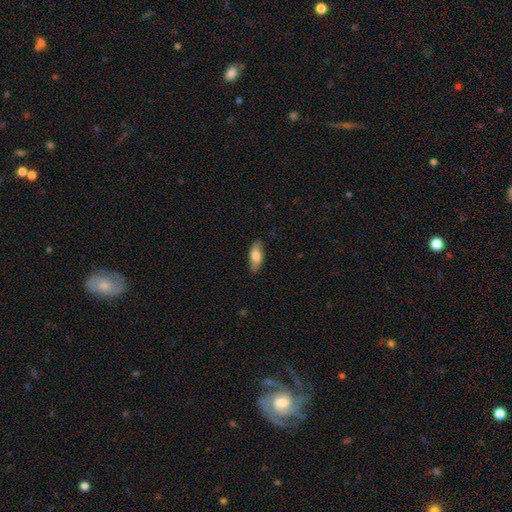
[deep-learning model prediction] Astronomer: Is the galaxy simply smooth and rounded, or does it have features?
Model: smooth — 71%.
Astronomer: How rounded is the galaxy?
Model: in between — 77%.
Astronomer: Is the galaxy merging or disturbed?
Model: none — 78%.